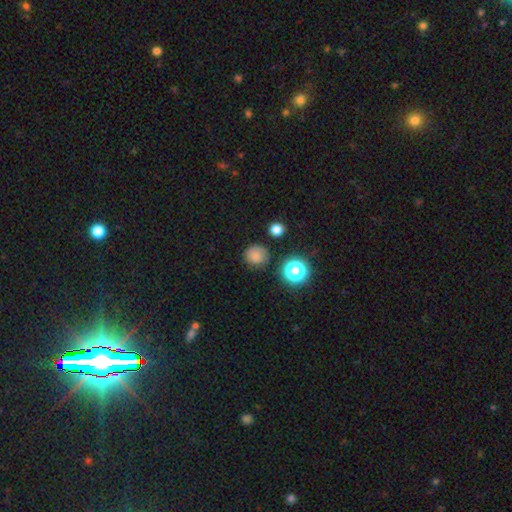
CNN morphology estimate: A smooth galaxy with no disk features (75%) that is round (88%).

Vote fractions:
- Smooth or featured? smooth: 75% / star or artifact: 17% / featured or disk: 8%
- How rounded? round: 88% / in between: 11% / cigar-shaped: 1%
- Merging? none: 76% / minor disturbance: 16% / major disturbance: 5% / merger: 3%